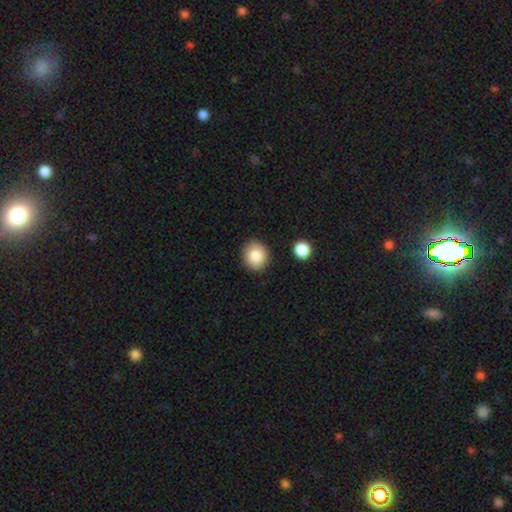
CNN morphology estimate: smooth-or-featured: smooth: 86% | star or artifact: 8% | featured or disk: 6%
  how-rounded: round: 78% | in between: 21% | cigar-shaped: 1%
  merging: none: 87% | minor disturbance: 8% | merger: 3% | major disturbance: 2%